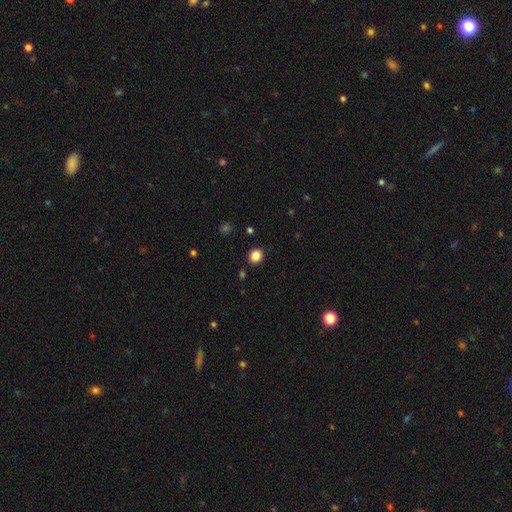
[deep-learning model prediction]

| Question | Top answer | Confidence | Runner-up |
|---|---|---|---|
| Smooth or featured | smooth | 85% | star or artifact (11%) |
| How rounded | round | 75% | in between (25%) |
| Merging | none | 90% | minor disturbance (7%) |